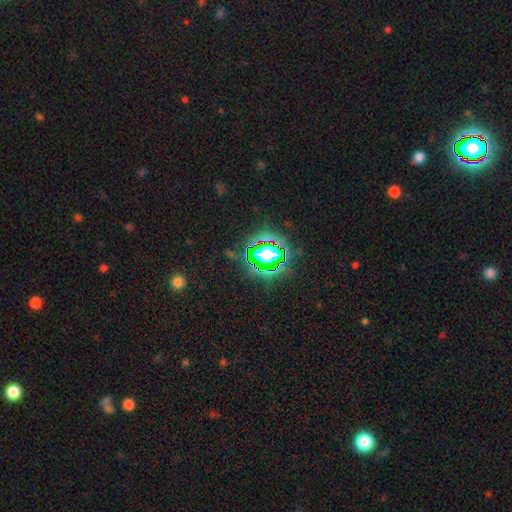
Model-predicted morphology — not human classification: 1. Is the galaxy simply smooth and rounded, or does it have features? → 78% star or artifact, 14% smooth, 8% featured or disk.